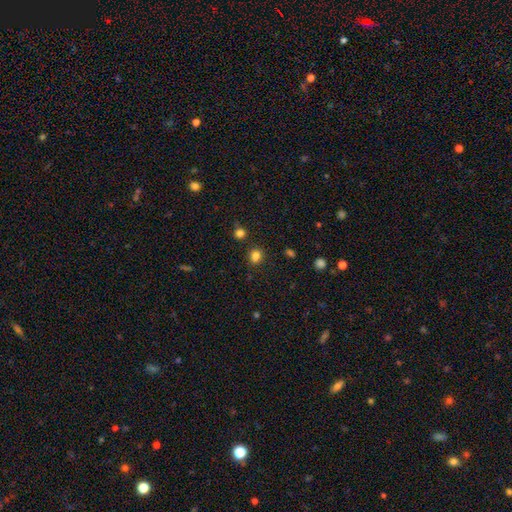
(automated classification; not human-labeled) A smooth galaxy with no disk features (79%) that is round (69%).

Vote fractions:
- Smooth or featured? smooth: 79% / star or artifact: 16% / featured or disk: 5%
- How rounded? round: 69% / in between: 30% / cigar-shaped: 1%
- Merging? none: 75% / minor disturbance: 12% / merger: 9% / major disturbance: 4%